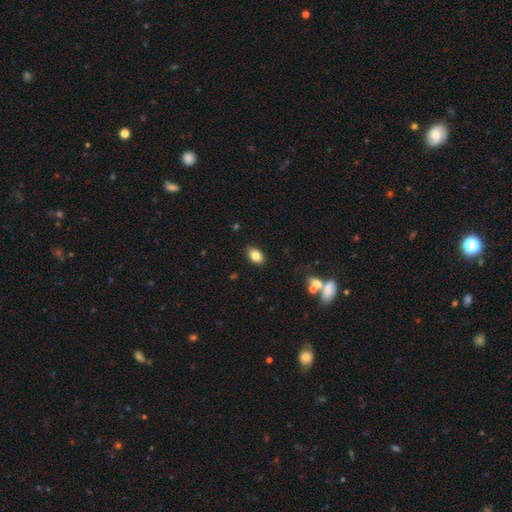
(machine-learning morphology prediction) A smooth galaxy with no disk features (81%) that is in between round and cigar-shaped (89%). Merging: none (86%).